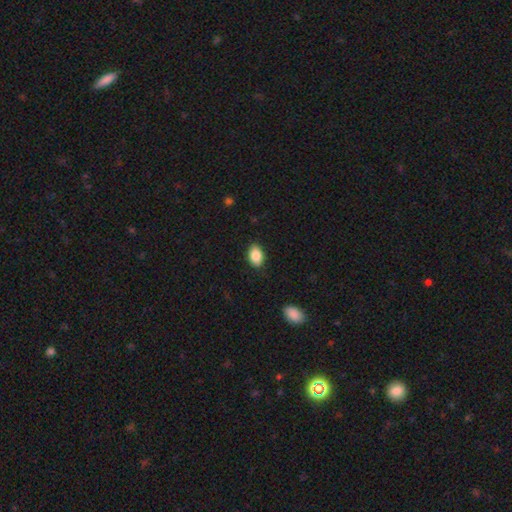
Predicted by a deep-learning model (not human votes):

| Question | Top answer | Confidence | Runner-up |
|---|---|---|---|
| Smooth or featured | smooth | 87% | star or artifact (7%) |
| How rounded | in between | 88% | round (11%) |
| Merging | none | 86% | minor disturbance (11%) |